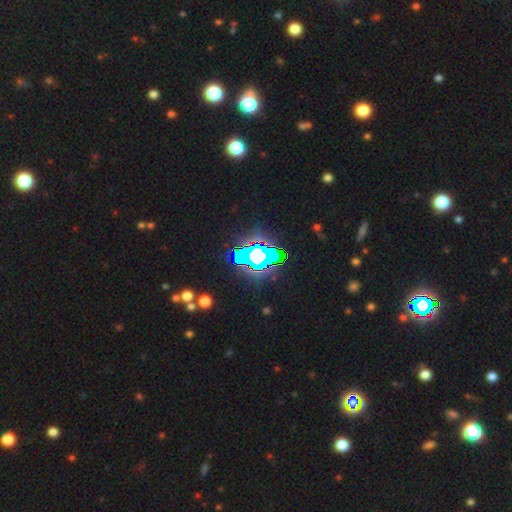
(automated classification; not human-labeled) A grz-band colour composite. It shows a star or artifact, not a galaxy (66%).